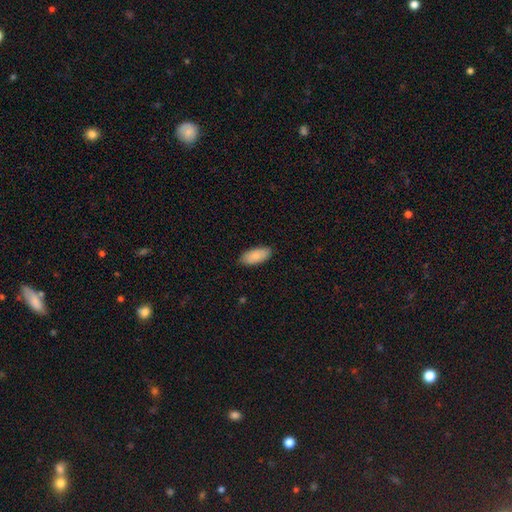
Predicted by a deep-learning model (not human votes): A smooth galaxy with no disk features (87%) that is in between round and cigar-shaped (90%).

Vote fractions:
- Smooth or featured? smooth: 87% / featured or disk: 8% / star or artifact: 6%
- How rounded? in between: 90% / cigar-shaped: 8% / round: 2%
- Merging? none: 86% / minor disturbance: 11% / major disturbance: 2% / merger: 1%